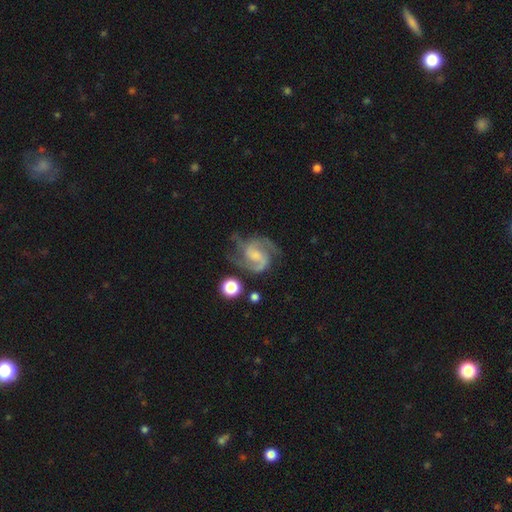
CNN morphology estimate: smooth-or-featured: featured or disk: 89% | smooth: 6% | star or artifact: 5%
  disk-edge-on: no: 98% | yes: 2%
    bar: weak: 46% | no: 43% | strong: 11%
    has-spiral-arms: yes: 98% | no: 2%
      spiral-winding: medium: 59% | tight: 24% | loose: 17%
      spiral-arm-count: 2: 67% | 3: 18% | can't tell: 6% | 1: 3% | 4: 3% | more than 4: 3%
    bulge-size: small: 44% | moderate: 29% | none: 22% | large: 4% | dominant: 1%
  merging: none: 63% | minor disturbance: 20% | major disturbance: 14% | merger: 3%